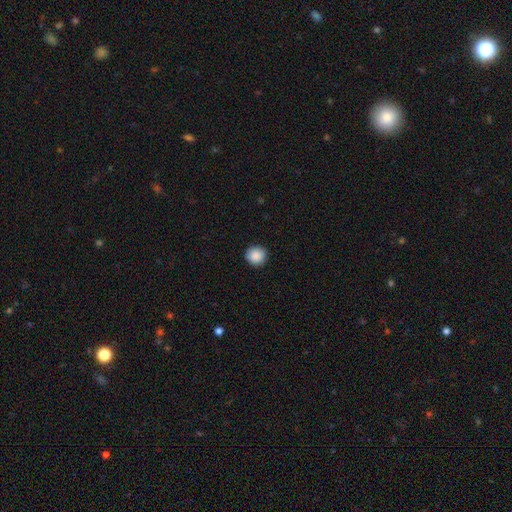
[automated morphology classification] Overall: smooth (89%). How rounded: round (92%). Merging: none (91%).